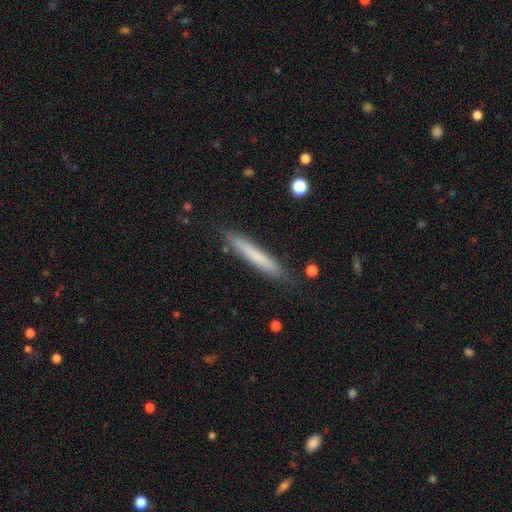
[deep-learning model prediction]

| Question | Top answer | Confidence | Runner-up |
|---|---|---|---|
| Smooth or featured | smooth | 69% | featured or disk (24%) |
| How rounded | cigar-shaped | 95% | in between (4%) |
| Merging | none | 85% | minor disturbance (11%) |